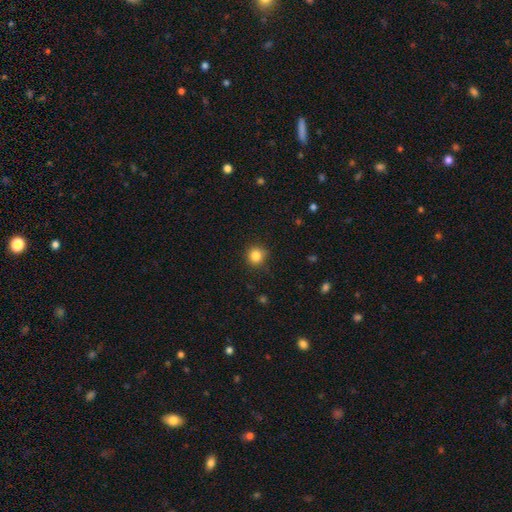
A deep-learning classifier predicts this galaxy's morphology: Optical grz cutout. It shows a smooth galaxy with no disk features (84%) that is round (92%). Merging: none (86%).